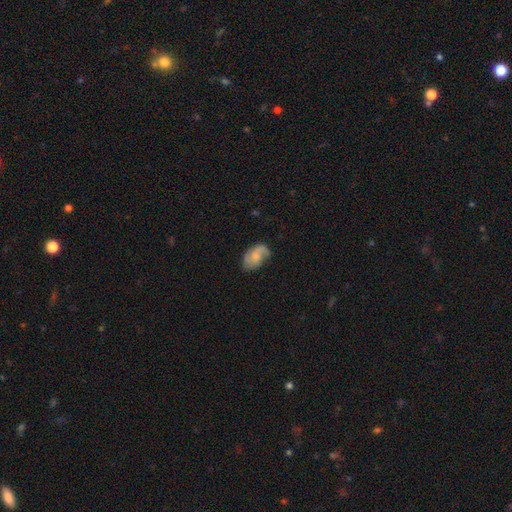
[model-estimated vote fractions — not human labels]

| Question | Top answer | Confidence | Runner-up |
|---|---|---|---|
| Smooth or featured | featured or disk | 55% | smooth (38%) |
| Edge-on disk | no | 96% | yes (4%) |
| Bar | no | 67% | weak (29%) |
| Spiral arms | yes | 88% | no (12%) |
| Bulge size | small | 43% | moderate (29%) |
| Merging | none | 56% | minor disturbance (27%) |